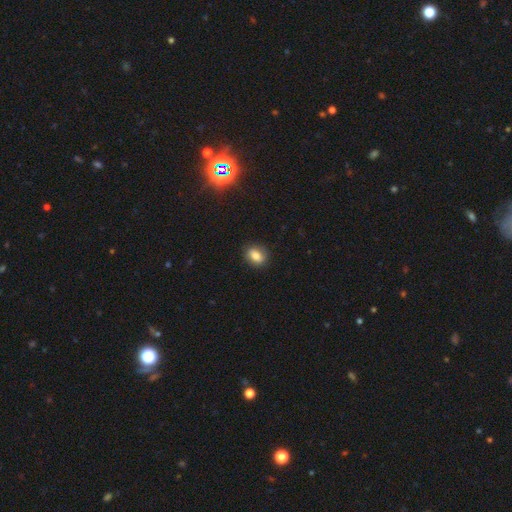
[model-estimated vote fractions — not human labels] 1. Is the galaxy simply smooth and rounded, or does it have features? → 83% smooth, 10% star or artifact, 8% featured or disk.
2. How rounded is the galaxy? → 67% in between, 31% round, 2% cigar-shaped.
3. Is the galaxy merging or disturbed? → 86% none, 10% minor disturbance, 2% major disturbance, 1% merger.